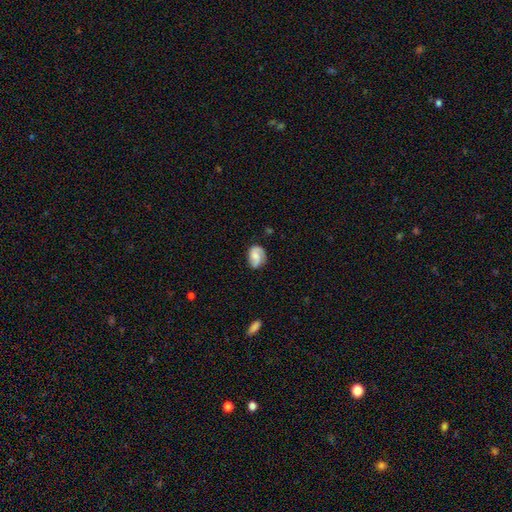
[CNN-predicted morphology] featured or disk 51%, smooth 41%, star or artifact 8%. Down the decision tree: edge-on disk — no (97%); merging — none (66%).